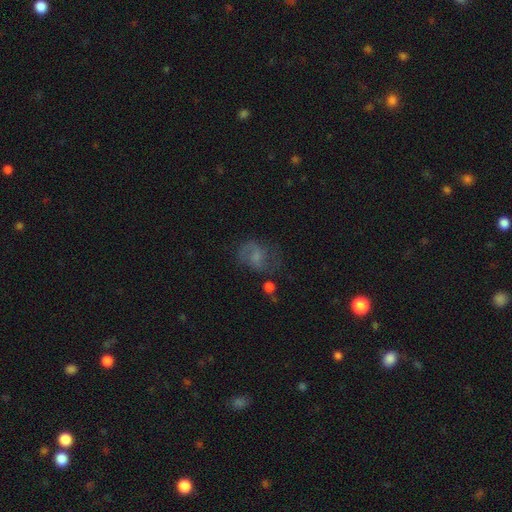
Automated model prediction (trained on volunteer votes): Q: Smooth or featured?
A: featured or disk (52%); runner-up: smooth (33%)
Q: Edge-on disk?
A: no (97%); runner-up: yes (3%)
Q: Bar?
A: no (46%); runner-up: weak (44%)
Q: Spiral arms?
A: yes (80%); runner-up: no (20%)
Q: Bulge size?
A: small (35%); tied with: none (35%)
Q: Merging?
A: none (52%); runner-up: minor disturbance (23%)